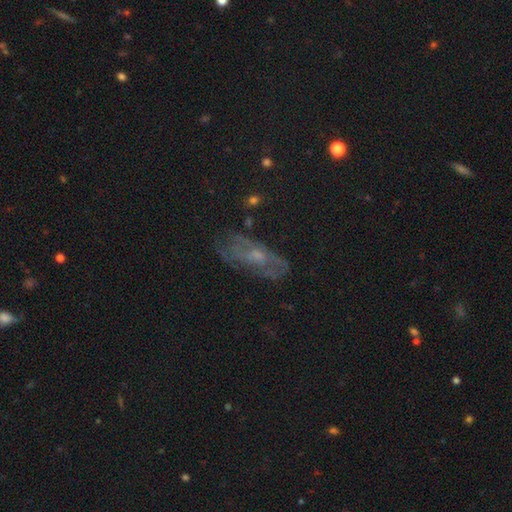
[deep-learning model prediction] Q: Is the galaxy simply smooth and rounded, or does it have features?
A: featured or disk — 56%.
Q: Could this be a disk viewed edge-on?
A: no — 84%.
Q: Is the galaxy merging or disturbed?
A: none — 65%.